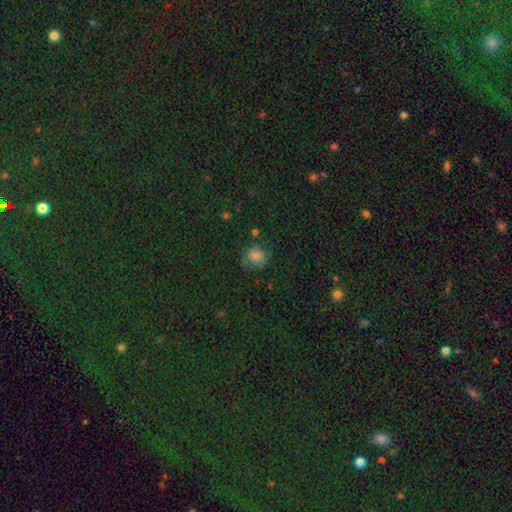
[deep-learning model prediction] Smooth or featured? Predicted: smooth (p=0.62). How rounded? Predicted: round (p=0.80). Merging? Predicted: none (p=0.77).